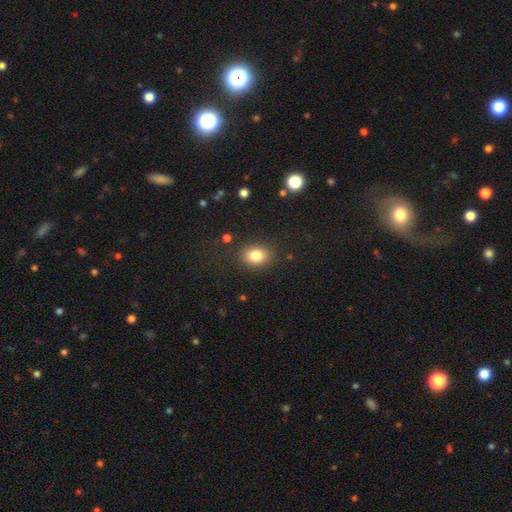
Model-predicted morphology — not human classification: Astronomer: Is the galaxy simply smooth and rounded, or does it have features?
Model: smooth — 82%.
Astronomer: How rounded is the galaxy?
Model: in between — 59% (runner-up: round, 40%).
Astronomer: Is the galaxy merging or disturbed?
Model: none — 85%.